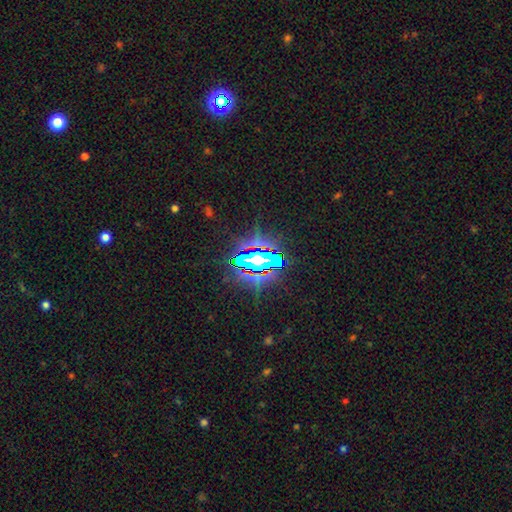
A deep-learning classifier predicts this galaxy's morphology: Smooth or featured?
  - star or artifact: 74% *
  - smooth: 13%
  - featured or disk: 13%